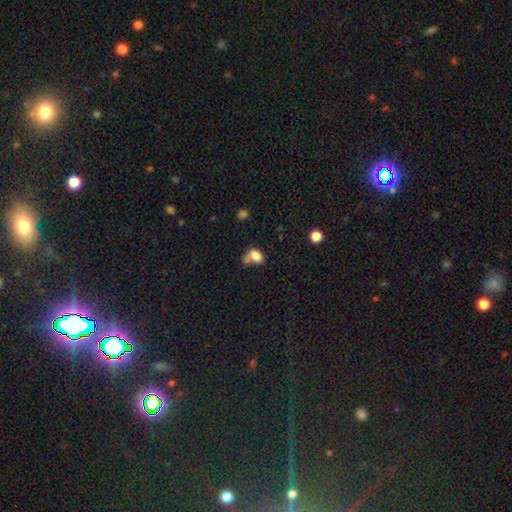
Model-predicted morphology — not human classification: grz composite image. It shows a smooth galaxy with no disk features (79%) that is in between round and cigar-shaped (75%). Merging: merger (32%).